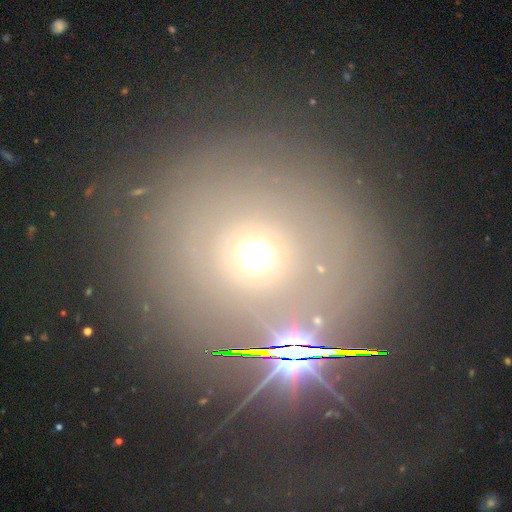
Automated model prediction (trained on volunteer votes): smooth-or-featured: smooth: 52% | star or artifact: 30% | featured or disk: 18%
  how-rounded: round: 87% | in between: 12% | cigar-shaped: 1%
  merging: none: 78% | minor disturbance: 10% | major disturbance: 7% | merger: 5%